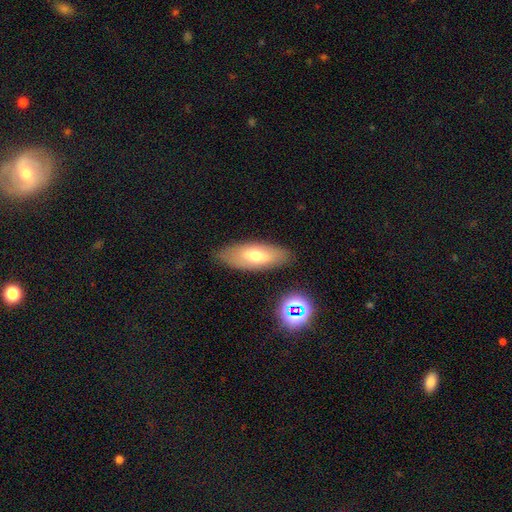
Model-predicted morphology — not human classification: smooth-or-featured: smooth: 58% | featured or disk: 34% | star or artifact: 8%
  how-rounded: in between: 76% | cigar-shaped: 21% | round: 3%
  merging: none: 81% | minor disturbance: 13% | major disturbance: 3% | merger: 3%